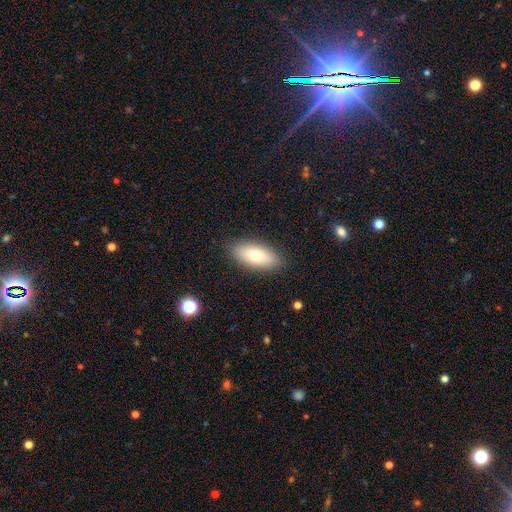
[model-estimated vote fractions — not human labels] This is likely a smooth galaxy (73%). How rounded: clearly in between (86%). Merging: clearly none (87%).